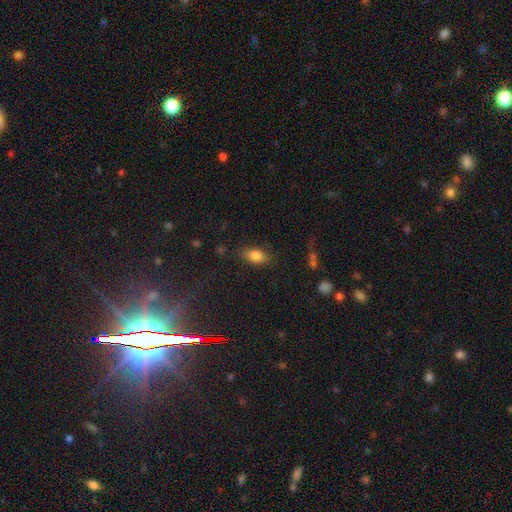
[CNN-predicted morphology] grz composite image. It shows a smooth galaxy with no disk features (82%) that is in between round and cigar-shaped (87%). Merging: none (80%).